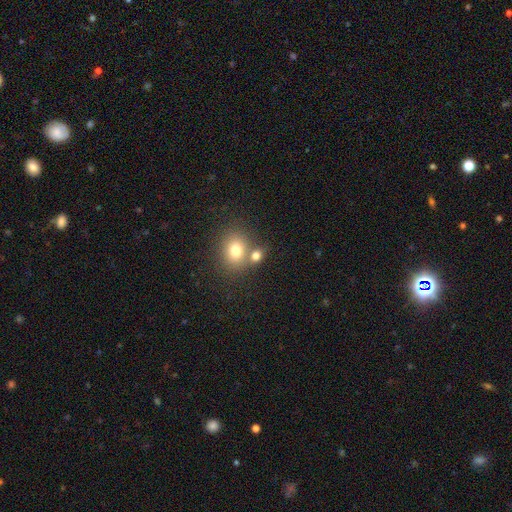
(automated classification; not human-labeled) smooth 76%, star or artifact 12%, featured or disk 11%. Down the decision tree: how rounded — round (55%); merging — none (53%).